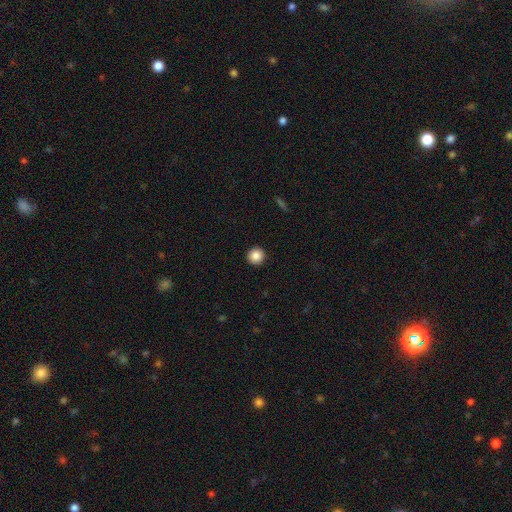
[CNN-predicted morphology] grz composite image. It shows a smooth galaxy with no disk features (86%) that is round (96%). Merging: none (93%).